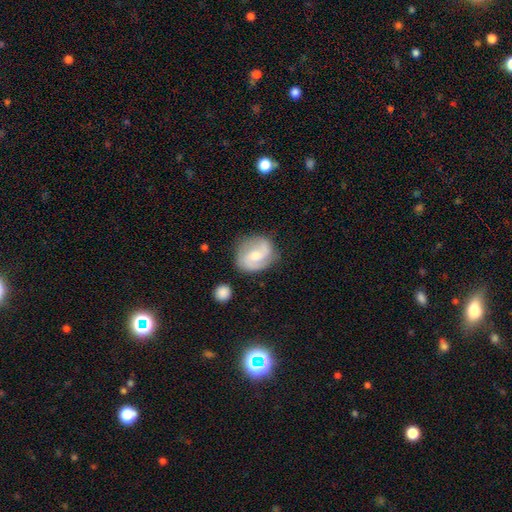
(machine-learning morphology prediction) type=featured or disk (72%); edge-on=no (98%); bar=weak (47%); spiral arms=yes (93%); winding=medium (50%); arm count=2 (80%); bulge=moderate (57%); merging=none (70%).